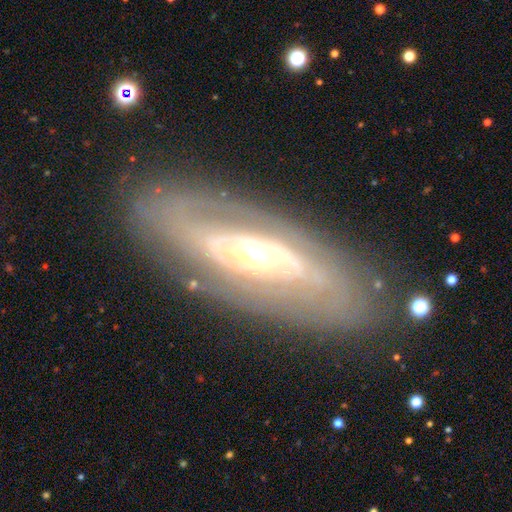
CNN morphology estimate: Overall: featured or disk (81%). Edge-on disk: no (82%). Bar: no (61%; weak 26%). Spiral arms: yes (64%; no 36%). Bulge size: moderate (67%). Merging: none (78%).